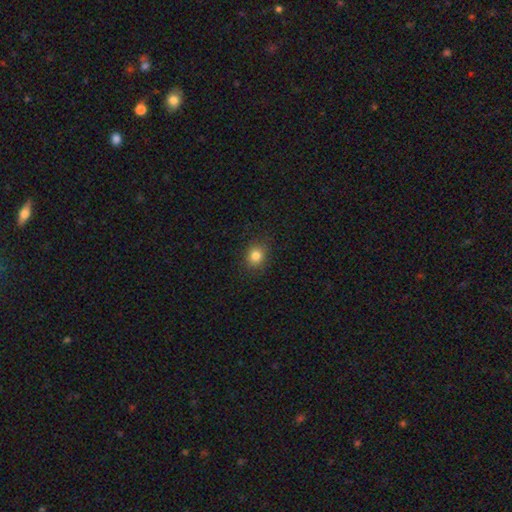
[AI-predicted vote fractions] Smooth or featured? smooth (83%)
How rounded? round (72%)
Merging? none (88%)